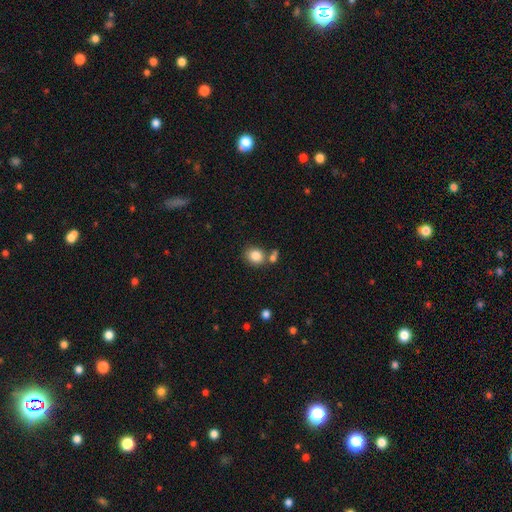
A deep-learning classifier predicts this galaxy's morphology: Smooth or featured: smooth — 84% (star or artifact — 10%)
How rounded: round — 63% (in between — 36%)
Merging: none — 65% (merger — 20%)